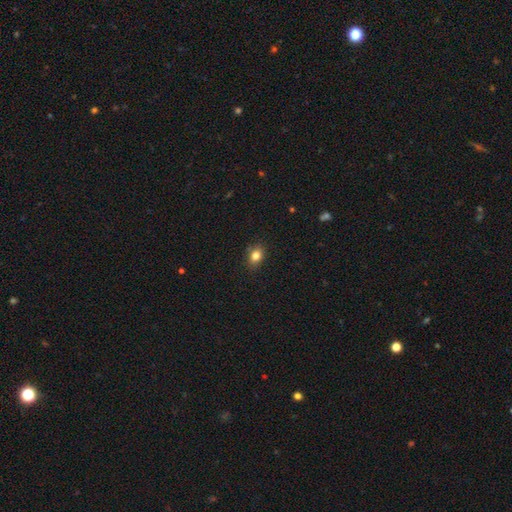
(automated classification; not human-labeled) Morphology: type=smooth (82%); roundness=in between (59%); merging=none (83%).